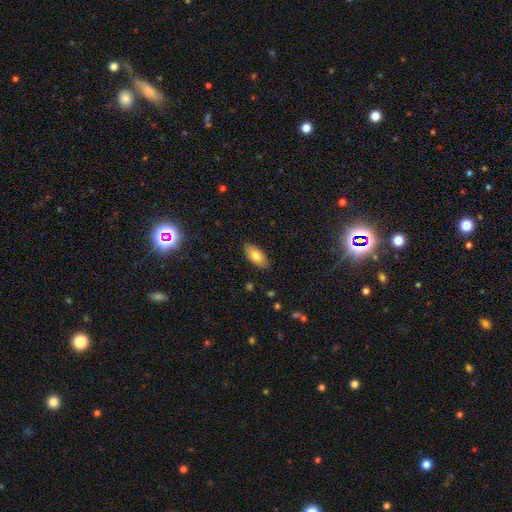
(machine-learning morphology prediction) A smooth galaxy with no disk features (79%) that is in between round and cigar-shaped (90%).

Vote fractions:
- Smooth or featured? smooth: 79% / featured or disk: 14% / star or artifact: 7%
- How rounded? in between: 90% / cigar-shaped: 8% / round: 2%
- Merging? none: 87% / minor disturbance: 10% / major disturbance: 2% / merger: 1%